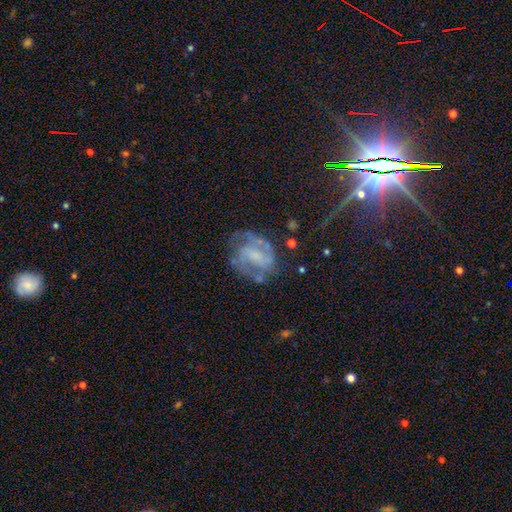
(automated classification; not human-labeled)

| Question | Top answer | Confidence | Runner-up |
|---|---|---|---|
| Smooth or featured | featured or disk | 77% | smooth (14%) |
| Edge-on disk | no | 97% | yes (3%) |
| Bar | weak | 45% | no (31%) |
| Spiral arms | yes | 90% | no (10%) |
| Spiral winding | medium | 50% | tight (35%) |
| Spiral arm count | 2 | 71% | can't tell (14%) |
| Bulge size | none | 36% | small (31%) |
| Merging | none | 63% | minor disturbance (21%) |